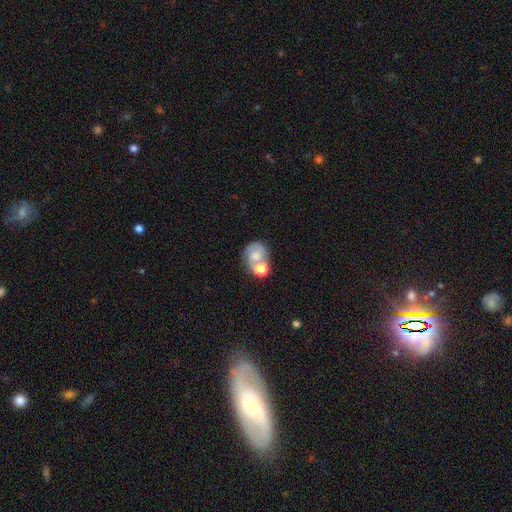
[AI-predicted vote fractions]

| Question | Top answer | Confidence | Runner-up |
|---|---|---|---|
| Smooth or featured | smooth | 55% | featured or disk (34%) |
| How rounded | round | 61% | in between (38%) |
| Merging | merger | 44% | none (32%) |